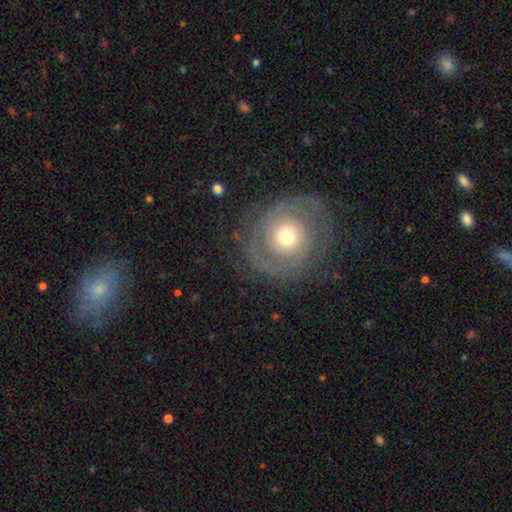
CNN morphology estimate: Smooth or featured? Predicted: featured or disk (p=0.79). Edge-on disk? Predicted: no (p=0.97). Bar? Predicted: no (p=0.75). Spiral arms? Predicted: yes (p=0.92). Spiral winding? Predicted: tight (p=0.59). Spiral arm count? Predicted: 2 (p=0.79). Bulge size? Predicted: moderate (p=0.67). Merging? Predicted: none (p=0.82).